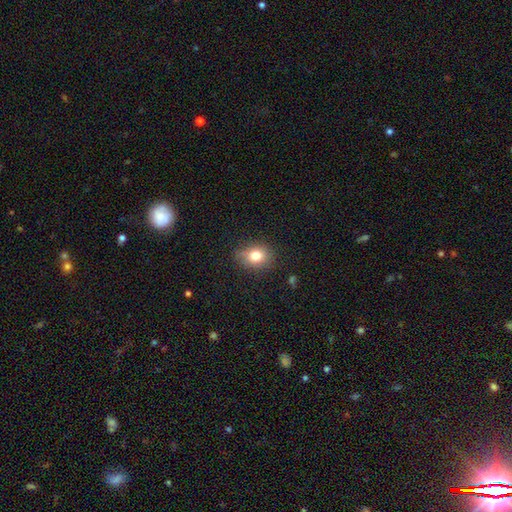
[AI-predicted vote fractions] smooth 77%, star or artifact 11%, featured or disk 11%. Down the decision tree: how rounded — round (51%); merging — none (75%).